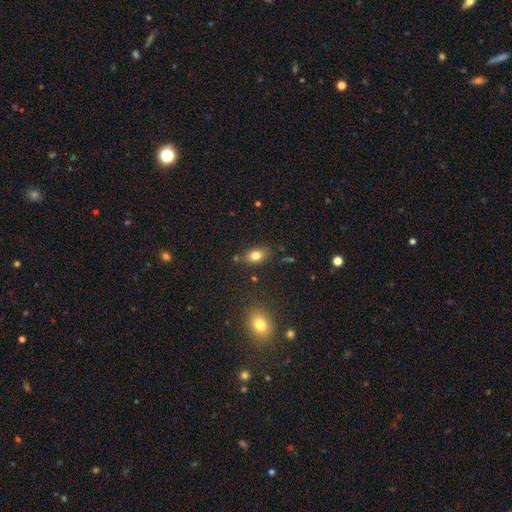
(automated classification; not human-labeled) Smooth or featured: smooth — 80% (star or artifact — 10%)
How rounded: in between — 82% (round — 16%)
Merging: none — 77% (minor disturbance — 14%)